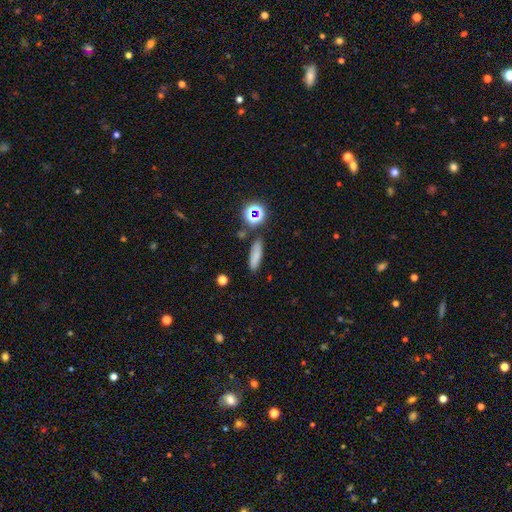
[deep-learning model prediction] Smooth or featured?
  - smooth: 74% *
  - star or artifact: 15%
  - featured or disk: 11%
How rounded?
  - cigar-shaped: 59% *
  - in between: 35%
  - round: 6%
Merging?
  - none: 81% *
  - minor disturbance: 11%
  - merger: 5%
  - major disturbance: 3%